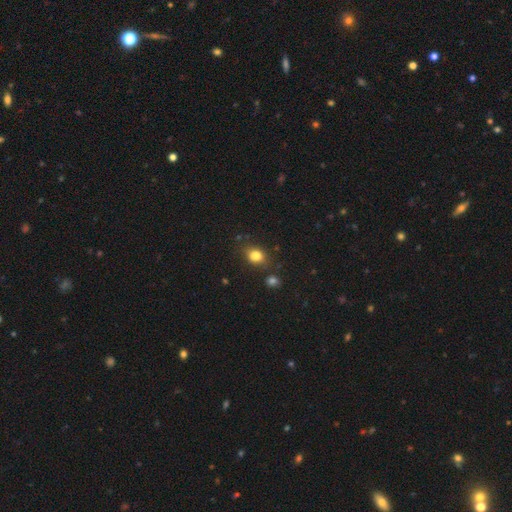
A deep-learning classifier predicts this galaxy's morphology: A smooth galaxy with no disk features (82%) that is in between round and cigar-shaped (58%).

Vote fractions:
- Smooth or featured? smooth: 82% / star or artifact: 11% / featured or disk: 7%
- How rounded? in between: 58% / round: 41% / cigar-shaped: 1%
- Merging? none: 77% / minor disturbance: 15% / merger: 5% / major disturbance: 4%